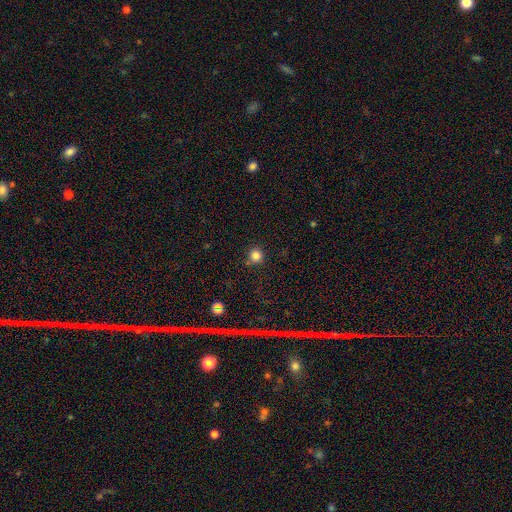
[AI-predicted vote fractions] smooth-or-featured: smooth: 82% | star or artifact: 13% | featured or disk: 5%
  how-rounded: round: 94% | in between: 5% | cigar-shaped: 1%
  merging: none: 84% | minor disturbance: 9% | merger: 4% | major disturbance: 3%